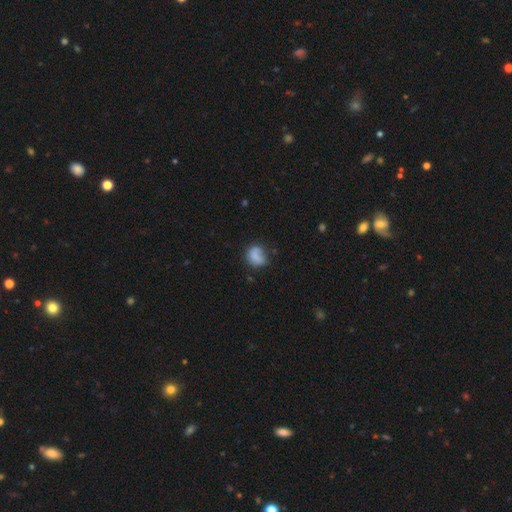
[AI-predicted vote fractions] Overall: smooth (76%). How rounded: round (67%; in between 32%). Merging: none (54%; minor disturbance 29%).